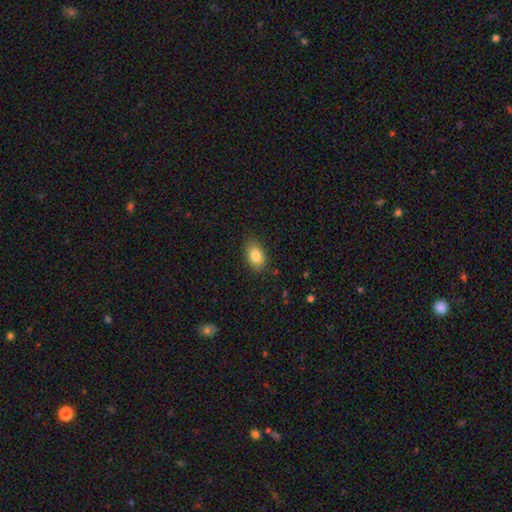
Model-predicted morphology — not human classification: A smooth galaxy with no disk features (82%) that is in between round and cigar-shaped (85%).

Vote fractions:
- Smooth or featured? smooth: 82% / featured or disk: 9% / star or artifact: 8%
- How rounded? in between: 85% / round: 13% / cigar-shaped: 2%
- Merging? none: 85% / minor disturbance: 11% / major disturbance: 2% / merger: 1%